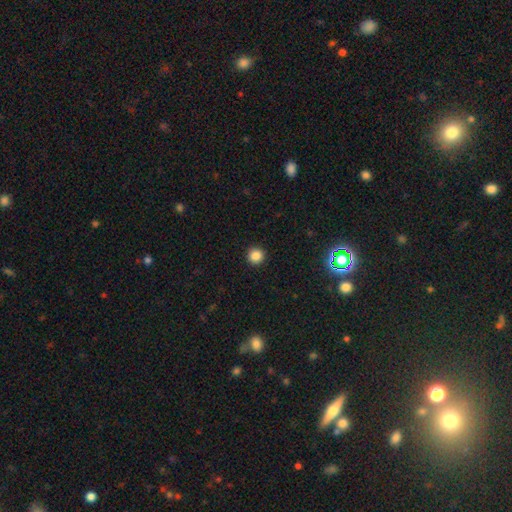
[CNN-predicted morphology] This appears to be a smooth galaxy with no disk features (85%) that is round (95%). Merging: none (93%).